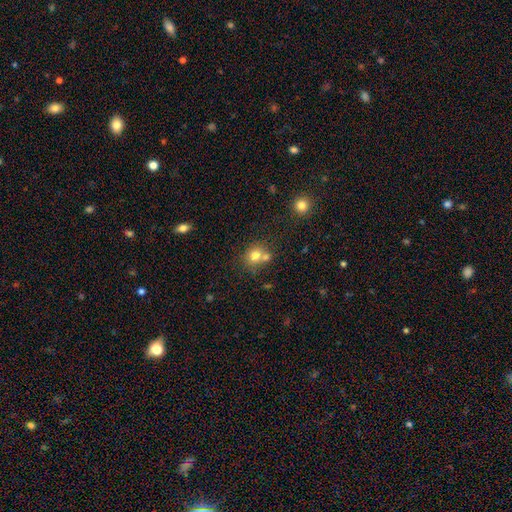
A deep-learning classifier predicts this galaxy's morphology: Smooth or featured? smooth (76%)
How rounded? round (77%)
Merging? none (48%)